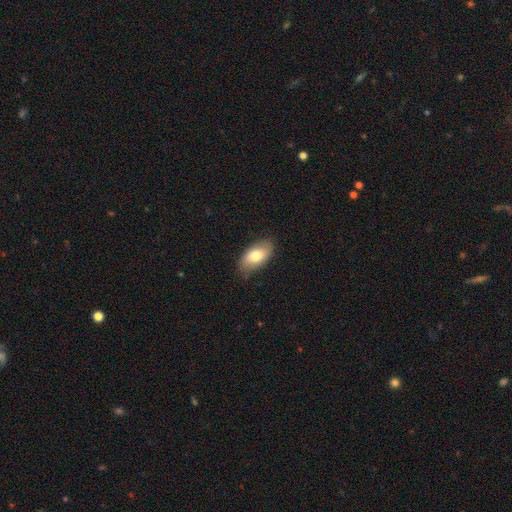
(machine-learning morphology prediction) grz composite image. It shows a smooth galaxy with no disk features (72%) that is in between round and cigar-shaped (92%). Merging: none (81%).